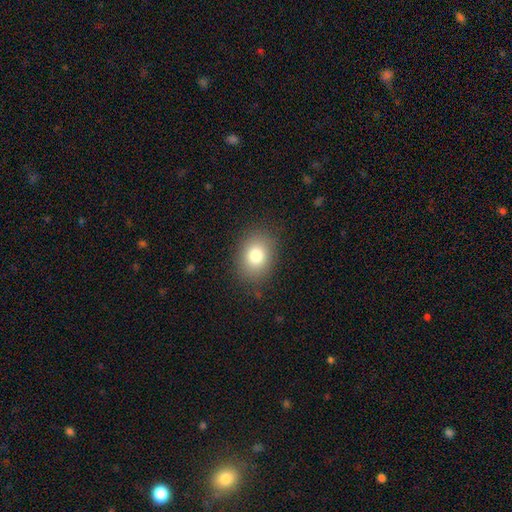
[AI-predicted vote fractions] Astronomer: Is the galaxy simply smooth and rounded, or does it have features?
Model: smooth — 80%.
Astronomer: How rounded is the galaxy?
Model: in between — 60% (runner-up: round, 39%).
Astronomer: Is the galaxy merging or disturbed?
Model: none — 85%.